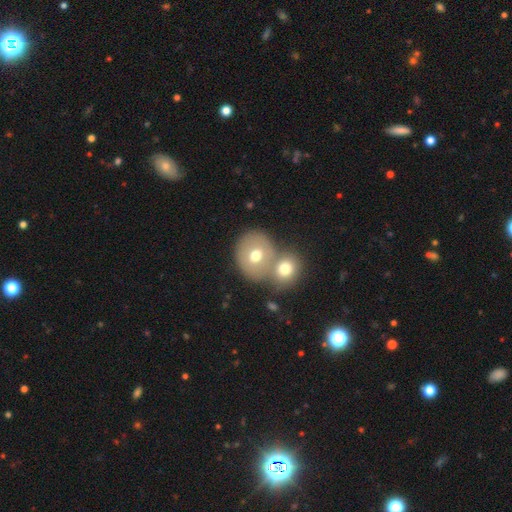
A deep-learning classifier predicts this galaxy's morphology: This appears to be a smooth galaxy with no disk features (66%) that is round (74%). Merging: merger (47%).